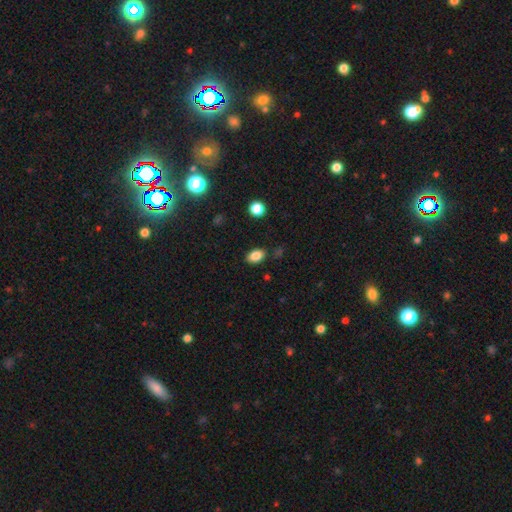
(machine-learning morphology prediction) Q: Smooth or featured?
A: smooth (85%); runner-up: star or artifact (10%)
Q: How rounded?
A: in between (85%); runner-up: round (13%)
Q: Merging?
A: none (83%); runner-up: minor disturbance (11%)